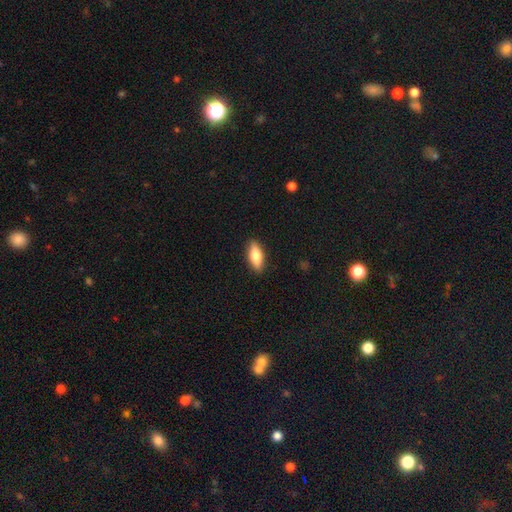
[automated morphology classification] Smooth or featured?
  - smooth: 72% *
  - featured or disk: 22%
  - star or artifact: 6%
How rounded?
  - in between: 73% *
  - cigar-shaped: 24%
  - round: 3%
Merging?
  - none: 89% *
  - minor disturbance: 8%
  - major disturbance: 2%
  - merger: 1%